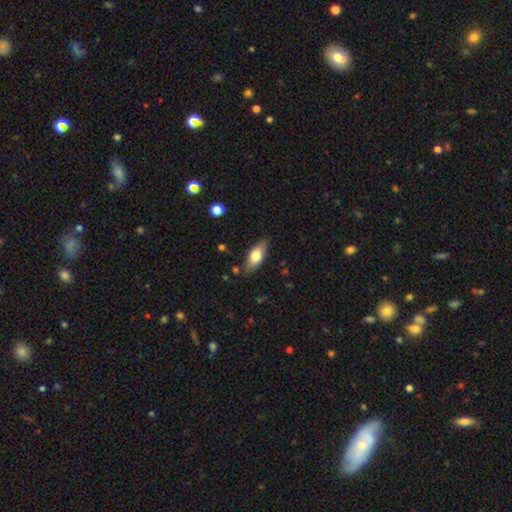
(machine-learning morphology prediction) The model was most divided on "smooth or featured": smooth: 71%, featured or disk: 23%, star or artifact: 6%. More confident: how rounded — in between (82%); merging — none (79%).